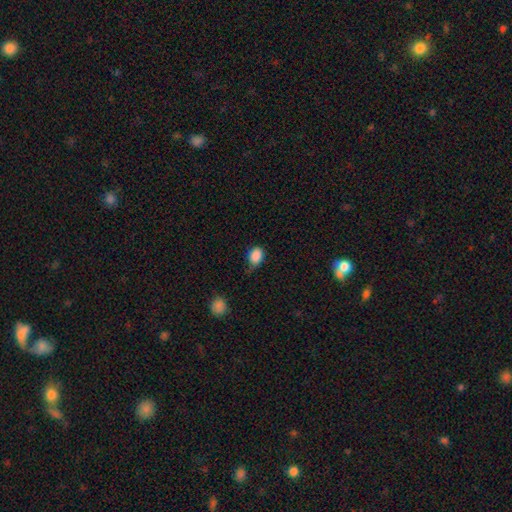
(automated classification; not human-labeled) smooth-or-featured: smooth: 88% | star or artifact: 9% | featured or disk: 4%
  how-rounded: in between: 71% | round: 27% | cigar-shaped: 1%
  merging: none: 56% | minor disturbance: 34% | major disturbance: 7% | merger: 2%